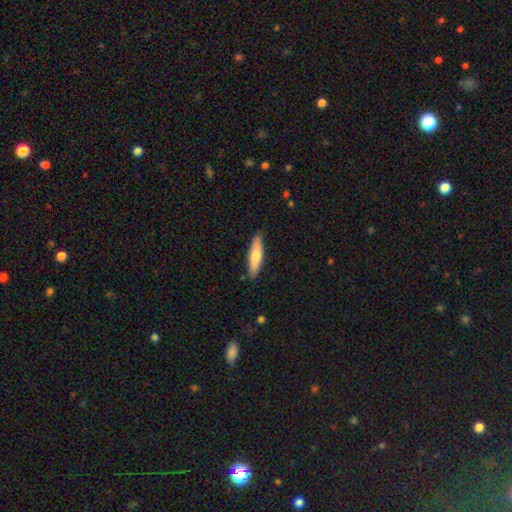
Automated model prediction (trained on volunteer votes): This is likely a smooth galaxy (66%). How rounded: likely cigar-shaped (72%). Merging: clearly none (86%).